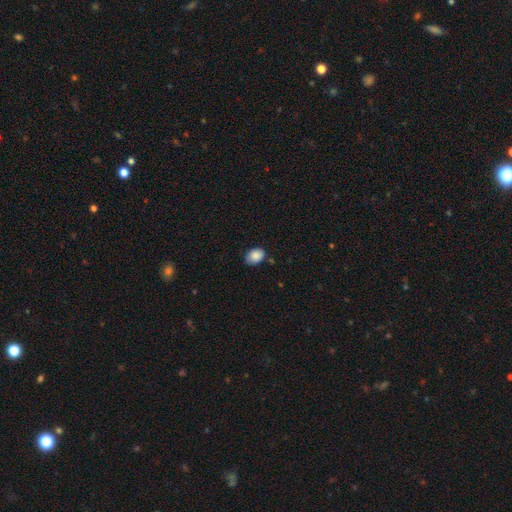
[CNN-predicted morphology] The model was most divided on "merging": none: 69%, minor disturbance: 25%, major disturbance: 4%, merger: 2%. More confident: smooth or featured — smooth (86%); how rounded — in between (74%).